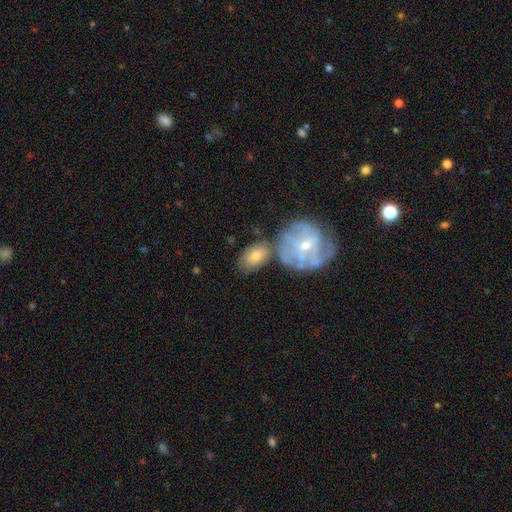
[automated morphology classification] smooth-or-featured: smooth: 61% | featured or disk: 32% | star or artifact: 7%
  how-rounded: in between: 80% | round: 18% | cigar-shaped: 2%
  merging: none: 51% | merger: 26% | minor disturbance: 17% | major disturbance: 7%